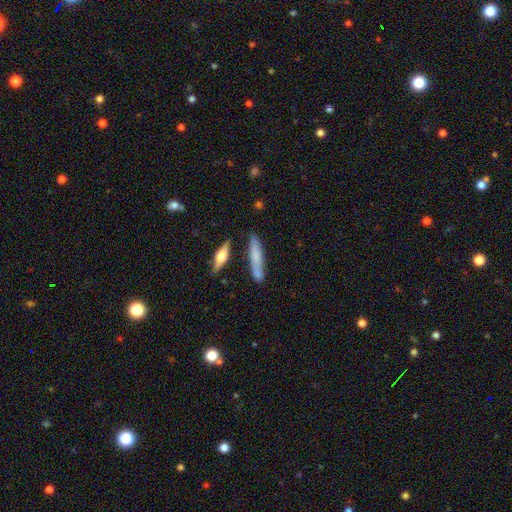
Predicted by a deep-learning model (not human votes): Morphology: type=smooth (68%); roundness=cigar-shaped (83%); merging=none (68%).